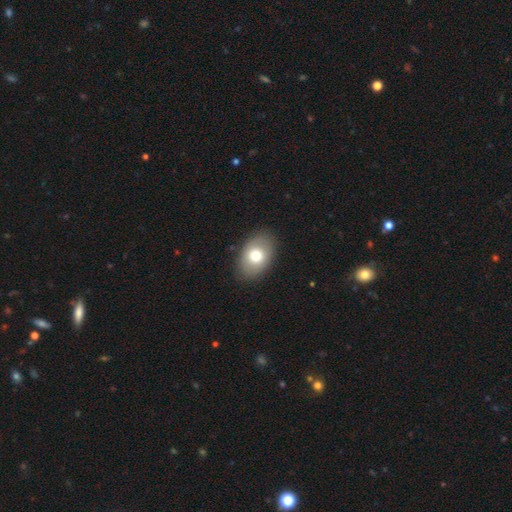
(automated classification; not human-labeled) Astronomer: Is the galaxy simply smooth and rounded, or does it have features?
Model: smooth — 73%.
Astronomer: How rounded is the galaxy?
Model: in between — 83%.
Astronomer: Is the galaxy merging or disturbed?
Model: none — 86%.